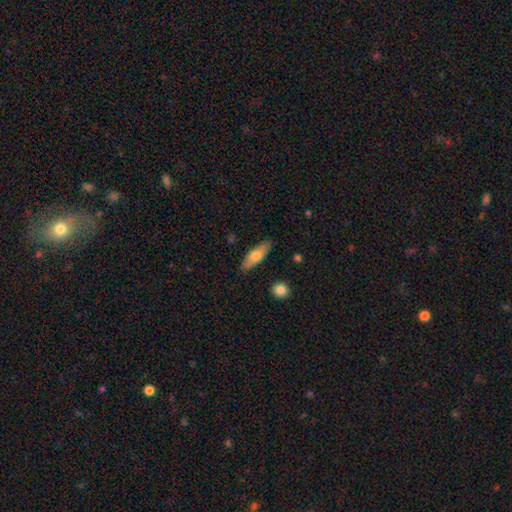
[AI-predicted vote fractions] smooth_or_featured: smooth (p=0.64) [alt: featured or disk p=0.30]
how_rounded: in between (p=0.52) [alt: cigar-shaped p=0.45]
merging: none (p=0.86) [alt: minor disturbance p=0.10]